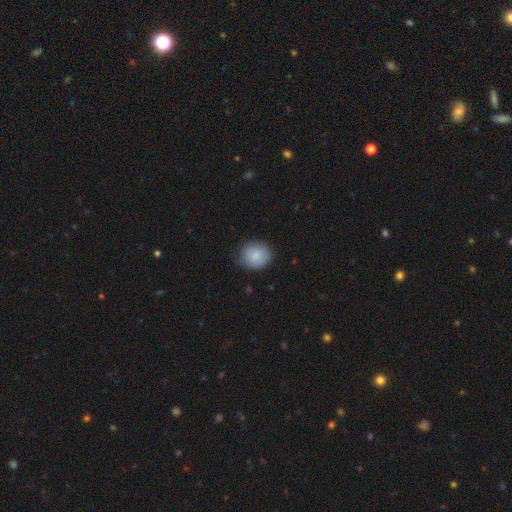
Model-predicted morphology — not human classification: Smooth or featured? smooth (86%)
How rounded? round (79%)
Merging? none (77%)